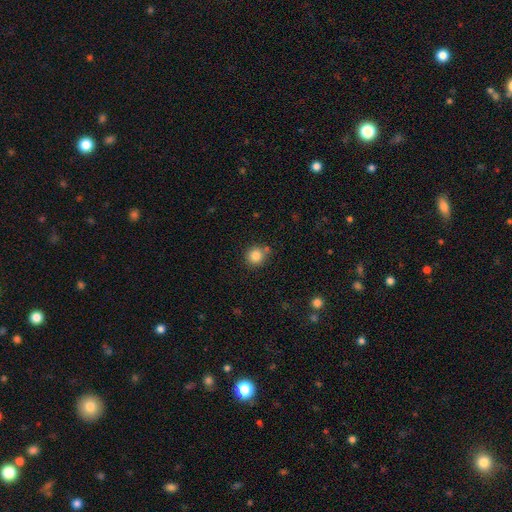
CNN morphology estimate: type=smooth (83%); roundness=round (90%); merging=none (75%).